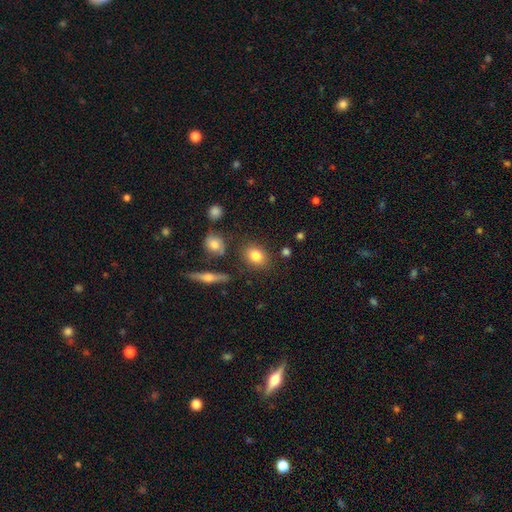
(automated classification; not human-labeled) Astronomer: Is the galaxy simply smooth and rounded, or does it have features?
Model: smooth — 80%.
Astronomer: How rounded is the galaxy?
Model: in between — 60% (runner-up: round, 38%).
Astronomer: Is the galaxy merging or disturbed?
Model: none — 80%.